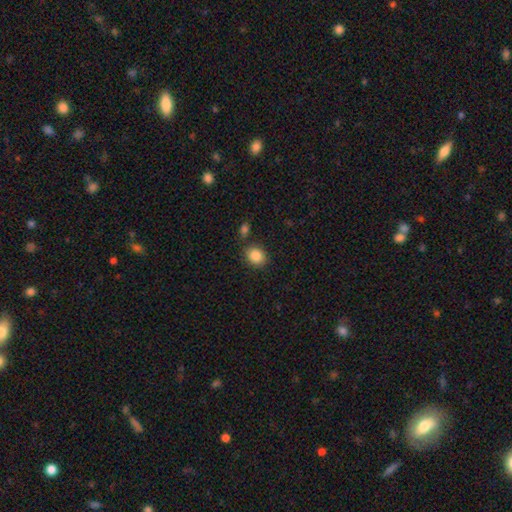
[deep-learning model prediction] smooth 87%, star or artifact 8%, featured or disk 5%. Down the decision tree: how rounded — round (57%); merging — none (78%).